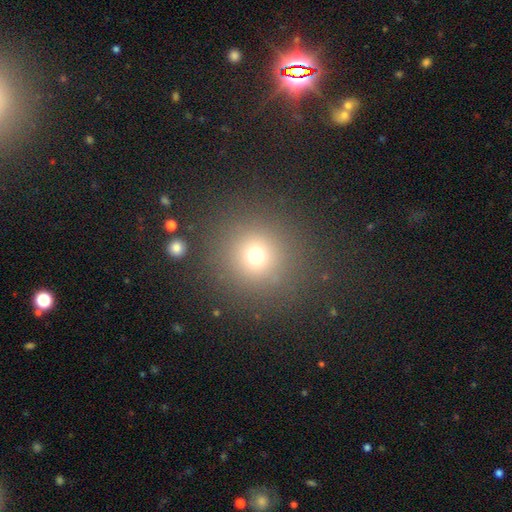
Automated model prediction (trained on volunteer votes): Smooth or featured: smooth — 70% (star or artifact — 20%)
How rounded: round — 93% (in between — 6%)
Merging: none — 86% (minor disturbance — 7%)